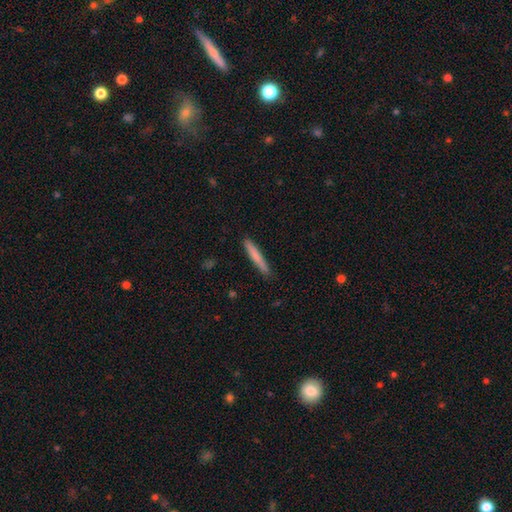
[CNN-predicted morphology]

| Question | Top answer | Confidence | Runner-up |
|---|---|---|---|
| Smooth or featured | smooth | 76% | featured or disk (19%) |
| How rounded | cigar-shaped | 96% | in between (3%) |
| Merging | none | 88% | minor disturbance (9%) |